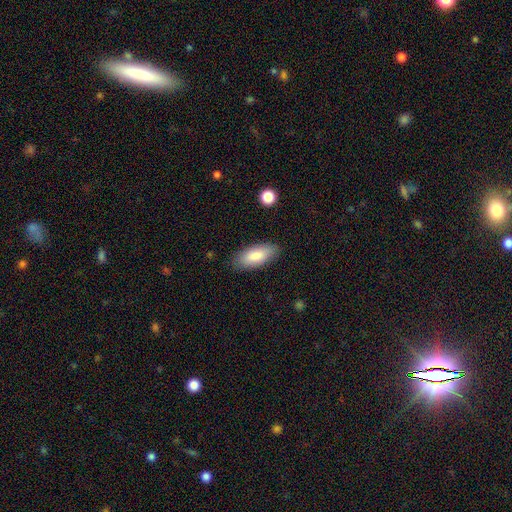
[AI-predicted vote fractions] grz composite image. It shows a smooth galaxy with no disk features (84%) that is in between round and cigar-shaped (83%). Merging: none (85%).